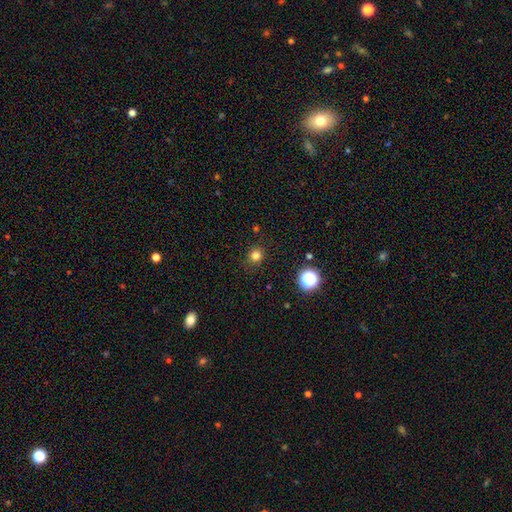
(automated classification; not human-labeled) A smooth galaxy with no disk features (79%) that is round (87%). Merging: none (87%).